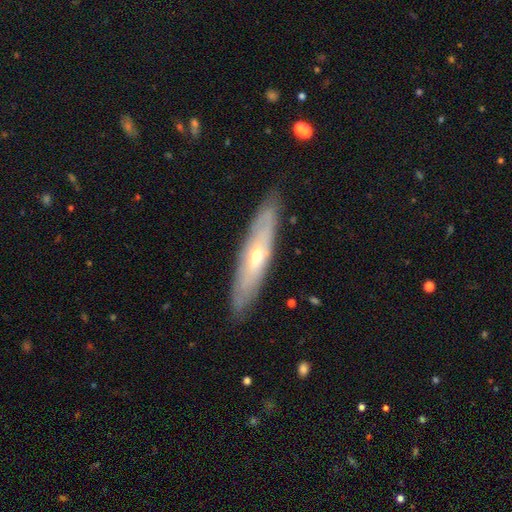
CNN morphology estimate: Smooth or featured?
  - featured or disk: 62% *
  - smooth: 31%
  - star or artifact: 7%
Edge-on disk?
  - yes: 56% *
  - no: 44%
Merging?
  - none: 87% *
  - minor disturbance: 10%
  - major disturbance: 2%
  - merger: 1%